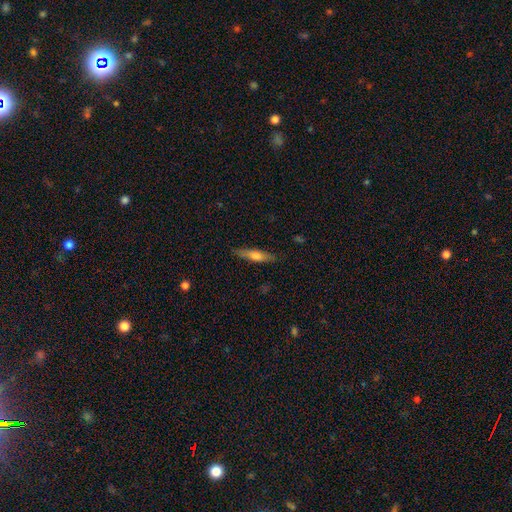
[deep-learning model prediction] Smooth or featured? Predicted: smooth (p=0.58). How rounded? Predicted: cigar-shaped (p=0.73). Merging? Predicted: none (p=0.85).